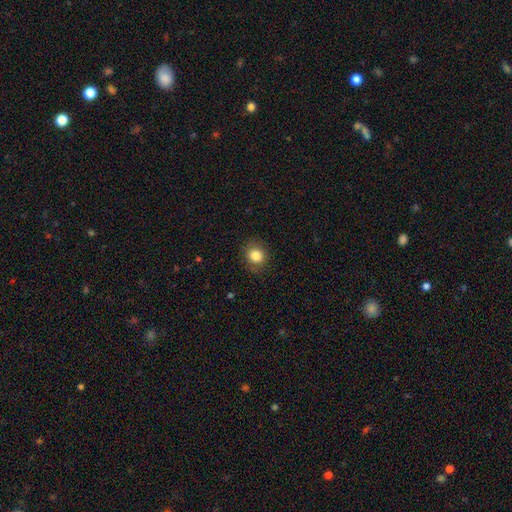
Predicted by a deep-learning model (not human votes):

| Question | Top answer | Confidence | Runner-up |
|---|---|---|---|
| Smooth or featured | smooth | 83% | star or artifact (10%) |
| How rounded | round | 79% | in between (20%) |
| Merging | none | 85% | minor disturbance (11%) |